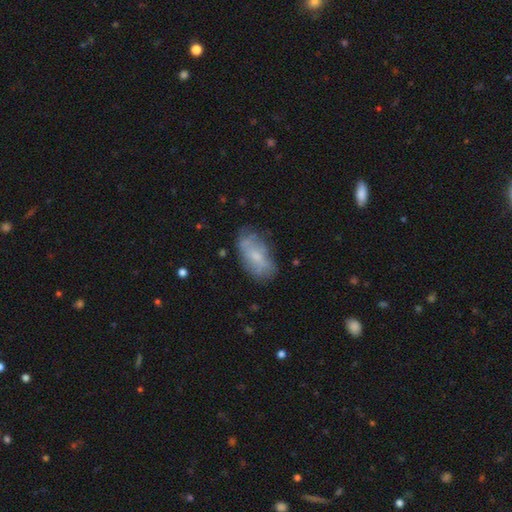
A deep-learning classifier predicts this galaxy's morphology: A smooth galaxy with no disk features (55%) that is in between round and cigar-shaped (92%). Merging: none (64%).